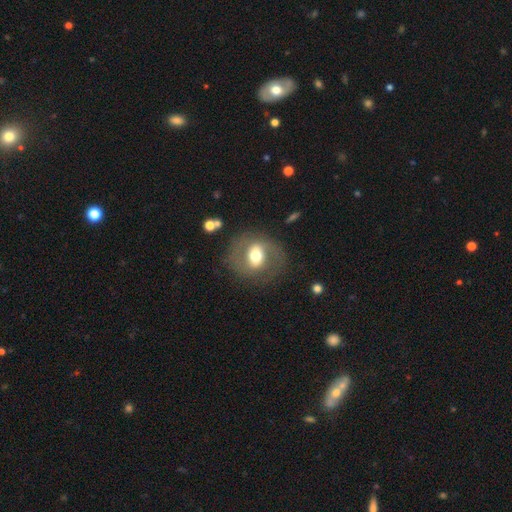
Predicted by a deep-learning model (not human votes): smooth_or_featured: featured or disk (p=0.53) [alt: smooth p=0.39]
disk_edge_on: no (p=0.94) [alt: yes p=0.06]
bar: weak (p=0.39) [alt: no p=0.32]
has_spiral_arms: yes (p=0.52) [alt: no p=0.48]
bulge_size: moderate (p=0.63) [alt: large p=0.24]
merging: none (p=0.74) [alt: minor disturbance p=0.14]